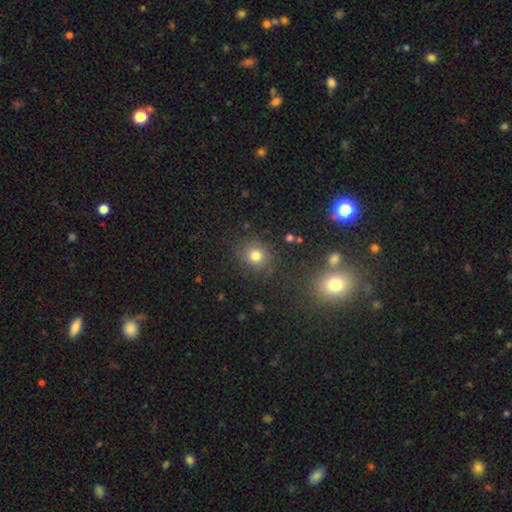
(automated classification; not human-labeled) Smooth or featured? smooth (75%)
How rounded? round (81%)
Merging? none (84%)